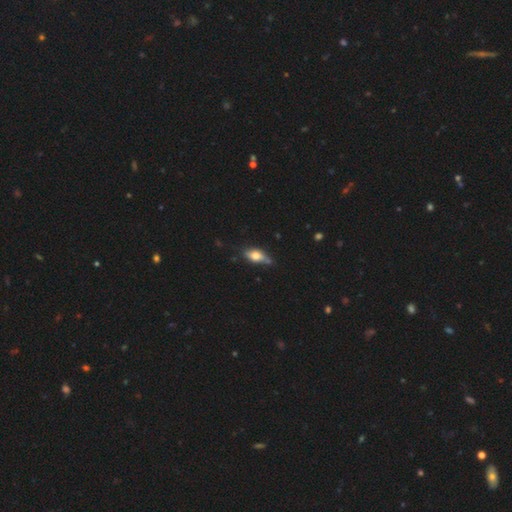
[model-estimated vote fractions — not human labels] Morphology: type=smooth (67%); roundness=in between (80%); merging=none (61%).